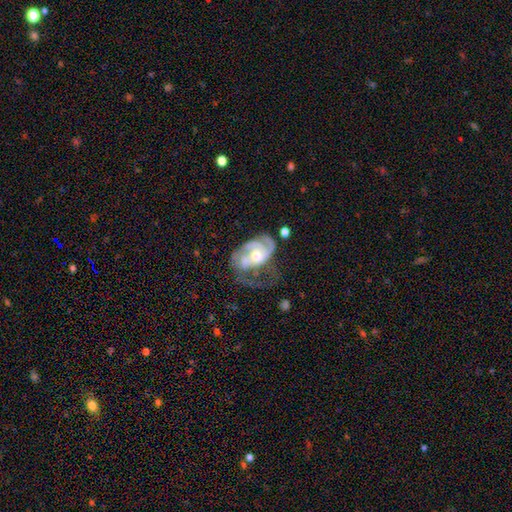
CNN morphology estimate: This appears to be a featured or disk galaxy (81%) with no bar (64%), 2 (34%) medium (41%) spiral arms (89%) and a moderate central bulge (61%). Merging: major disturbance (44%).